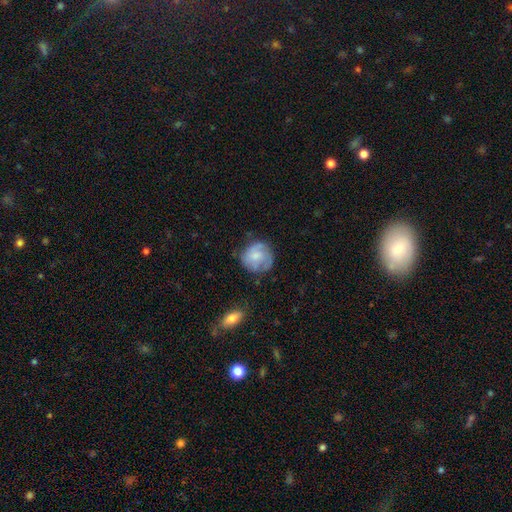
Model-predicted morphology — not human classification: This is possibly a smooth galaxy (55%). How rounded: clearly round (87%). Merging: likely none (63%).